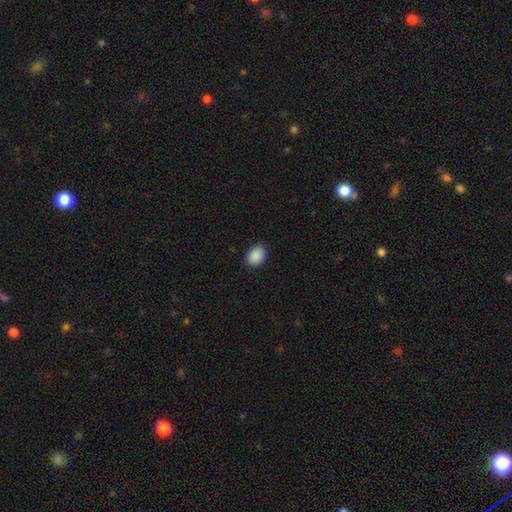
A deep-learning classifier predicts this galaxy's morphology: Overall: smooth (90%). How rounded: in between (71%). Merging: none (88%).